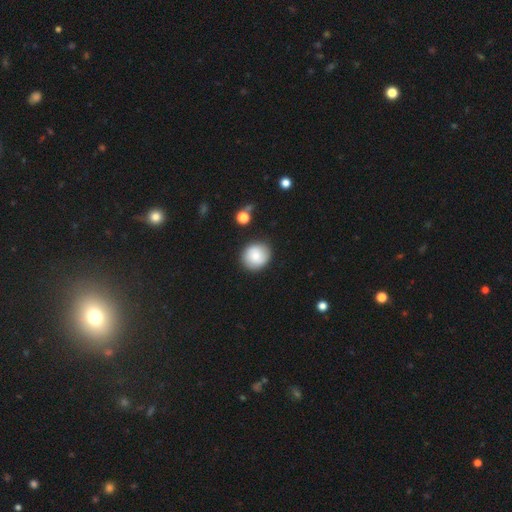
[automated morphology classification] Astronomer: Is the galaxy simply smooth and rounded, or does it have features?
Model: smooth — 76%.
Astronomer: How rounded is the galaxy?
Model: round — 89%.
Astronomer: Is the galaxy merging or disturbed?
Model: none — 86%.